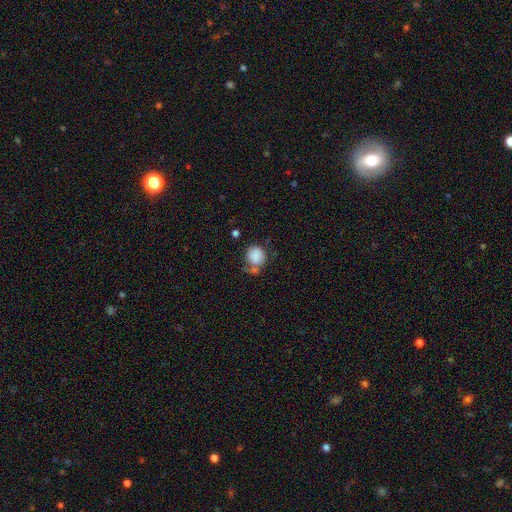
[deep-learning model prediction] Q: Smooth or featured?
A: smooth (84%); runner-up: star or artifact (8%)
Q: How rounded?
A: round (78%); runner-up: in between (21%)
Q: Merging?
A: none (47%); runner-up: minor disturbance (21%)